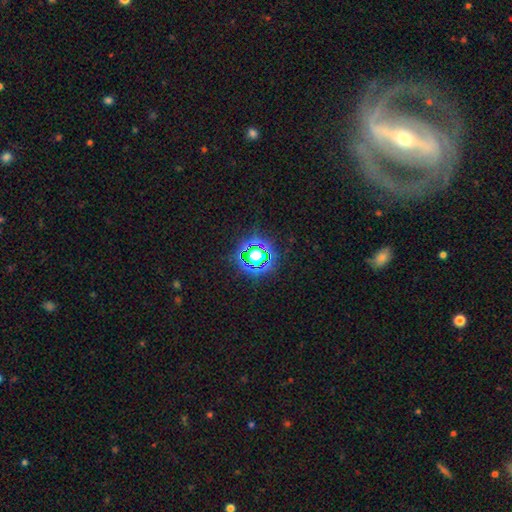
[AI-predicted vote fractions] A star or artifact, not a galaxy (59%).